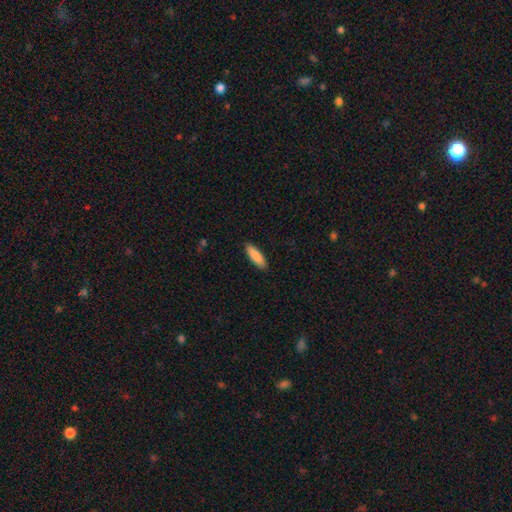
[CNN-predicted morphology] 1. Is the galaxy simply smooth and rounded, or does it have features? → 88% smooth, 6% featured or disk, 5% star or artifact.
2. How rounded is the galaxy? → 51% cigar-shaped, 48% in between, 1% round.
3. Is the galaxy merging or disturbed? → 90% none, 8% minor disturbance, 2% major disturbance, 1% merger.